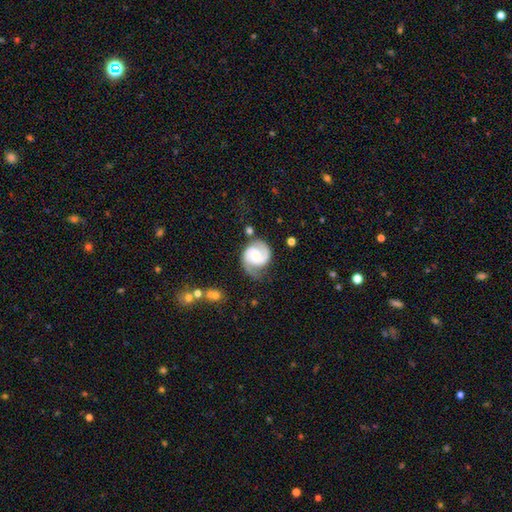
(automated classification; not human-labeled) smooth-or-featured: featured or disk: 85% | smooth: 10% | star or artifact: 5%
  disk-edge-on: no: 98% | yes: 2%
    bar: no: 59% | weak: 33% | strong: 8%
    has-spiral-arms: yes: 97% | no: 3%
      spiral-winding: tight: 46% | medium: 43% | loose: 10%
      spiral-arm-count: 2: 88% | 1: 5% | can't tell: 4% | 3: 2% | 4: 1% | more than 4: 1%
    bulge-size: moderate: 42% (tied) | small: 42% (tied) | none: 8% | large: 6% | dominant: 2%
  merging: none: 65% | minor disturbance: 22% | major disturbance: 9% | merger: 3%